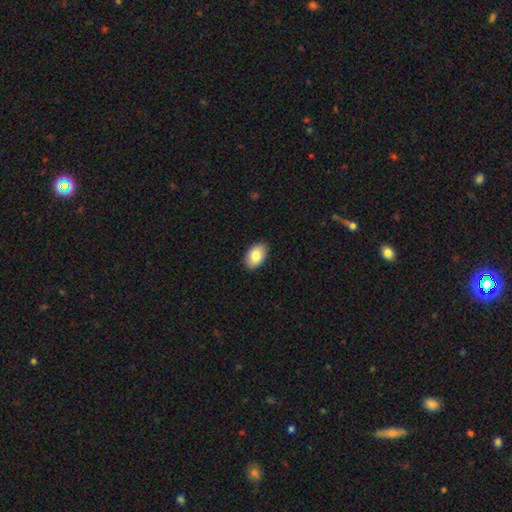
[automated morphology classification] Smooth or featured? smooth (84%)
How rounded? in between (91%)
Merging? none (88%)